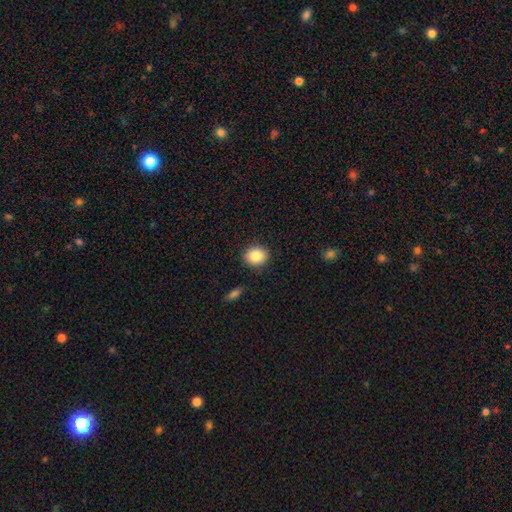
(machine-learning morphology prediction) smooth 86%, star or artifact 8%, featured or disk 6%. Down the decision tree: how rounded — round (71%); merging — none (89%).